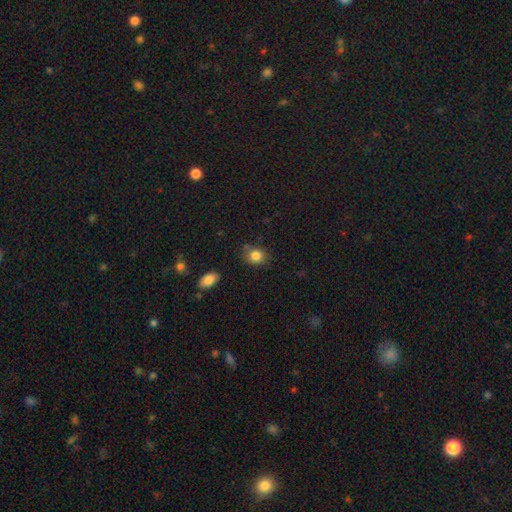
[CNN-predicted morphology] smooth 84%, star or artifact 10%, featured or disk 6%. Down the decision tree: how rounded — round (56%); merging — none (75%).